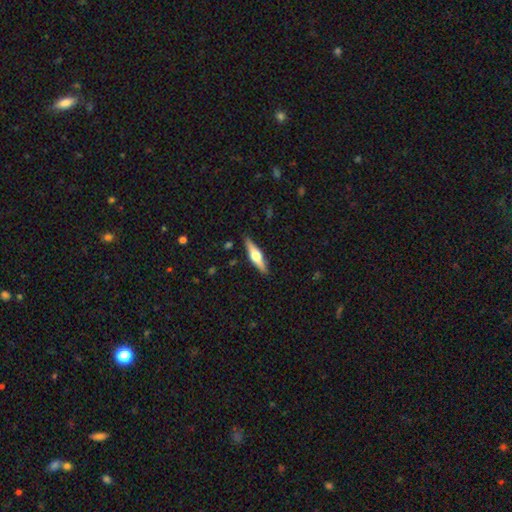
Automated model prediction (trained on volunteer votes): This is likely a featured or disk galaxy (63%). It is clearly viewed edge-on (96%). Edge-on bulge: clearly rounded (94%). Merging: clearly none (89%).